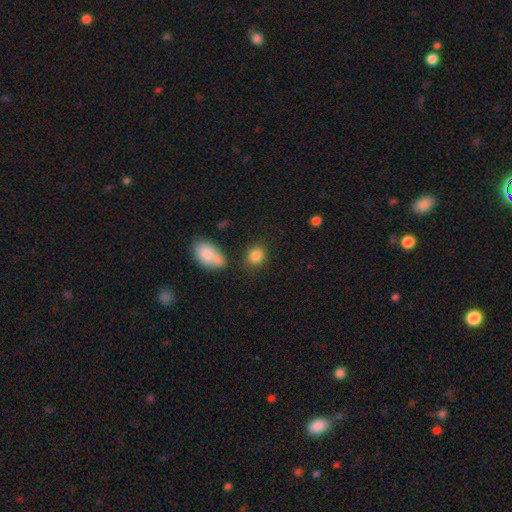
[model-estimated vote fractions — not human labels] Smooth or featured? smooth (85%)
How rounded? round (60%)
Merging? none (73%)